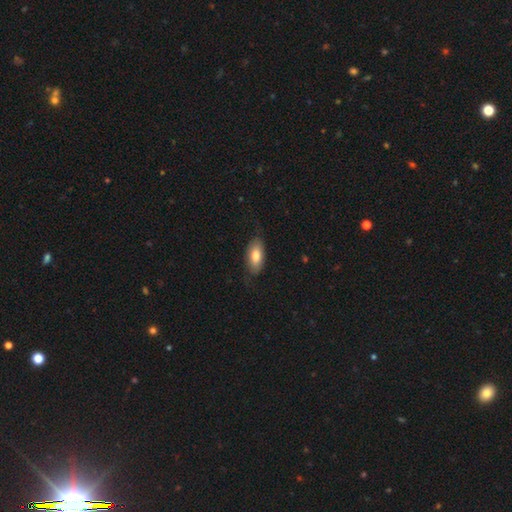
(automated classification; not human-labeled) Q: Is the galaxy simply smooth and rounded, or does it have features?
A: smooth — 77%.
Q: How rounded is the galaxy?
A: in between — 90%.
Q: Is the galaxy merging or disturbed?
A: none — 75%.